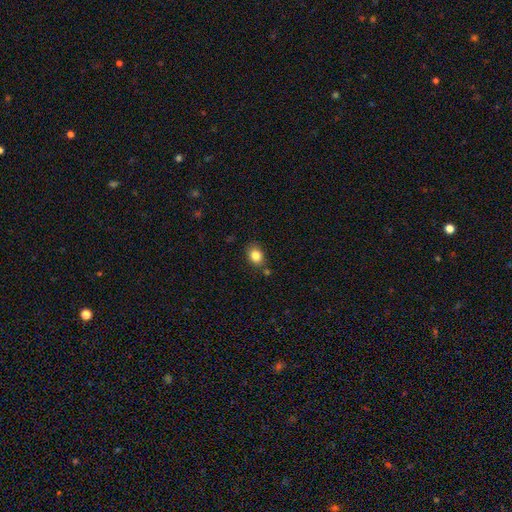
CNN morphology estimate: smooth 84%, star or artifact 10%, featured or disk 6%. Down the decision tree: how rounded — in between (52%); merging — none (76%).